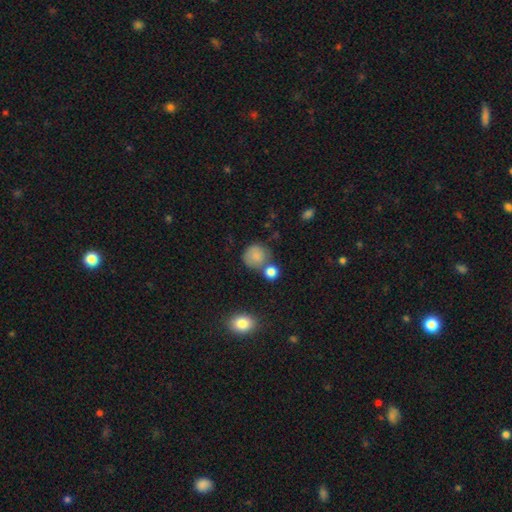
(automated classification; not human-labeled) This appears to be a smooth galaxy with no disk features (80%) that is round (86%). Merging: none (55%).